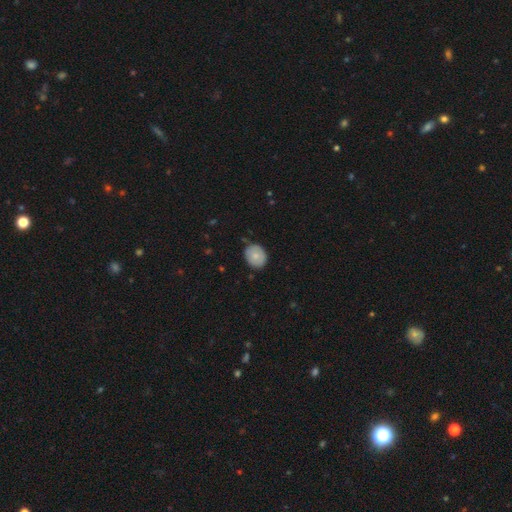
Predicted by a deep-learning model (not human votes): Q: Smooth or featured?
A: smooth (79%); runner-up: featured or disk (15%)
Q: How rounded?
A: round (61%); runner-up: in between (38%)
Q: Merging?
A: none (82%); runner-up: minor disturbance (15%)